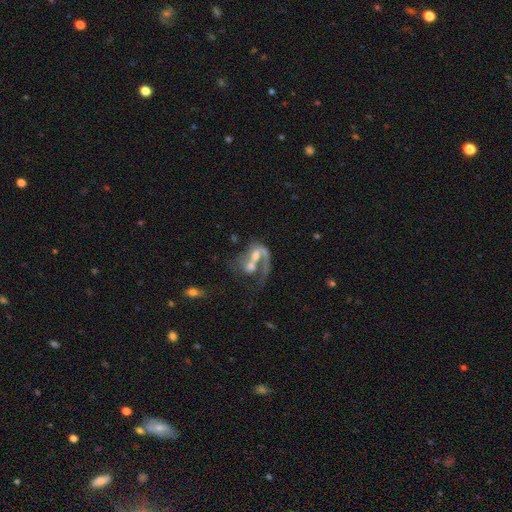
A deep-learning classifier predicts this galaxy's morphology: Smooth or featured? Predicted: featured or disk (p=0.68). Edge-on disk? Predicted: no (p=0.96). Bar? Predicted: no (p=0.51). Spiral arms? Predicted: yes (p=0.70). Bulge size? Predicted: moderate (p=0.48). Merging? Predicted: merger (p=0.54).